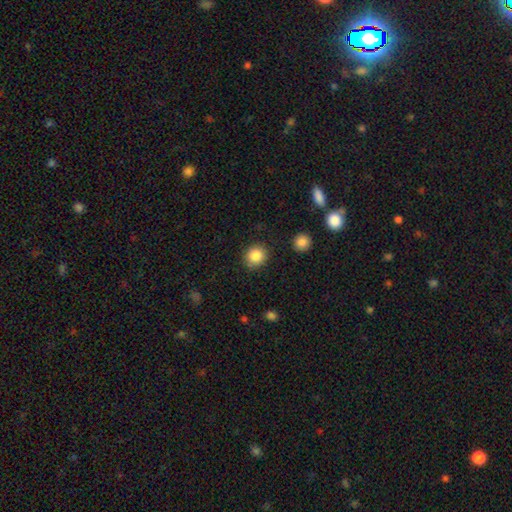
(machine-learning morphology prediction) This appears to be a smooth galaxy with no disk features (85%) that is round (83%). Merging: none (87%).